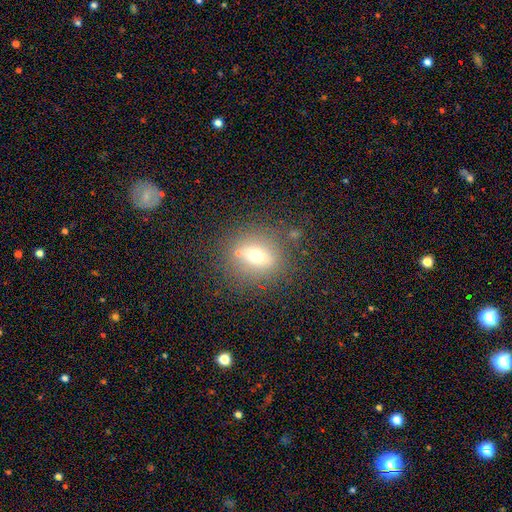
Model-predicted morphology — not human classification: smooth_or_featured: smooth (p=0.59) [alt: featured or disk p=0.25]
how_rounded: round (p=0.70) [alt: in between p=0.27]
merging: none (p=0.77) [alt: minor disturbance p=0.11]